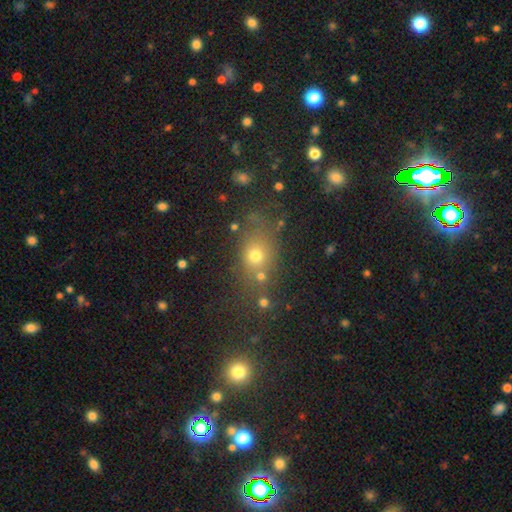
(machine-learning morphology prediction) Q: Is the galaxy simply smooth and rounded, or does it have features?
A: smooth — 65%.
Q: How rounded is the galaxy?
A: round — 49%.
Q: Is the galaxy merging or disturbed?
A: none — 65%.